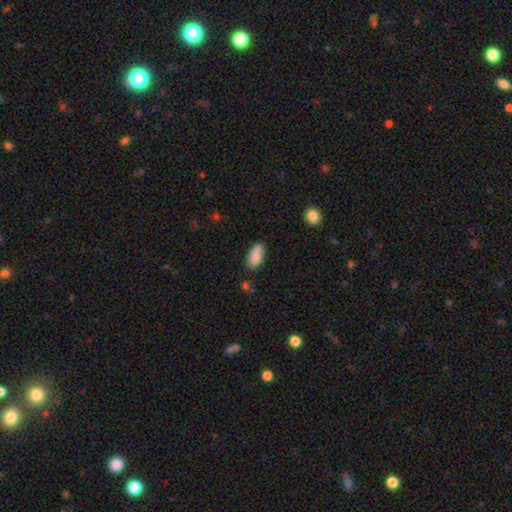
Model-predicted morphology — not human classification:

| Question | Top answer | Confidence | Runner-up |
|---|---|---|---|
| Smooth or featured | smooth | 81% | featured or disk (13%) |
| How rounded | in between | 88% | cigar-shaped (9%) |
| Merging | none | 71% | minor disturbance (19%) |